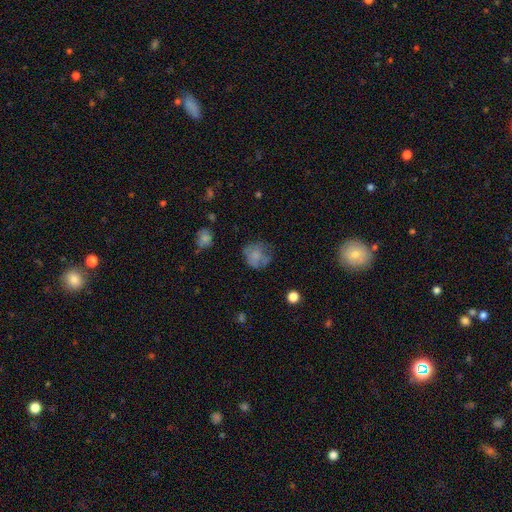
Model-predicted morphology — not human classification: This is likely a smooth galaxy (67%). How rounded: likely round (76%). Merging: possibly none (53%).